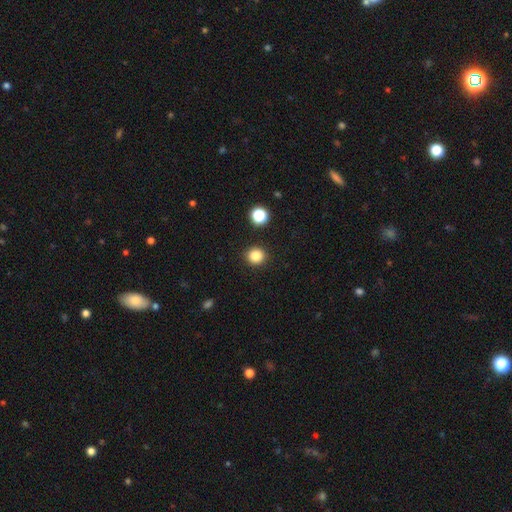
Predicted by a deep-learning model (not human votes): Overall: smooth (85%). How rounded: round (88%). Merging: none (91%).